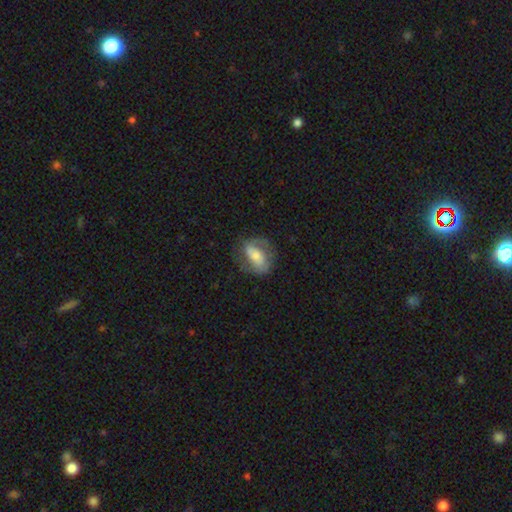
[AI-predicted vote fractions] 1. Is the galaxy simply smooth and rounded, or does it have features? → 59% featured or disk, 34% smooth, 7% star or artifact.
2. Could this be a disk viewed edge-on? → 95% no, 5% yes.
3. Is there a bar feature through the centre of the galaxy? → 34% weak (tied), 34% no (tied), 32% strong.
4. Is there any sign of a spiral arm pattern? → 76% yes, 24% no.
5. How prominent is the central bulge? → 47% moderate, 39% small, 9% large, 4% none, 2% dominant.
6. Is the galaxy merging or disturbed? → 67% none, 20% minor disturbance, 12% major disturbance, 1% merger.